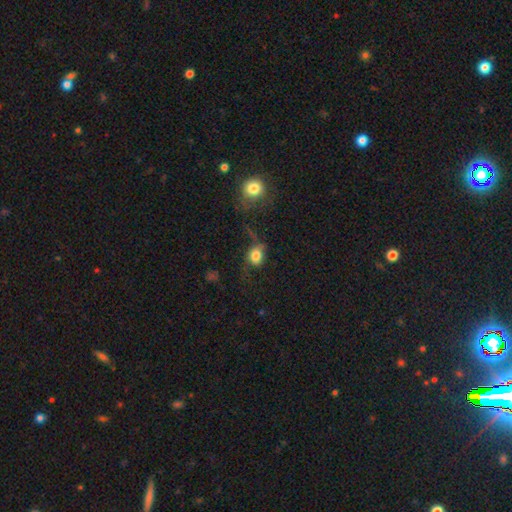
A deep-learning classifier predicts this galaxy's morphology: A smooth galaxy with no disk features (78%) that is round (51%). Merging: none (41%).